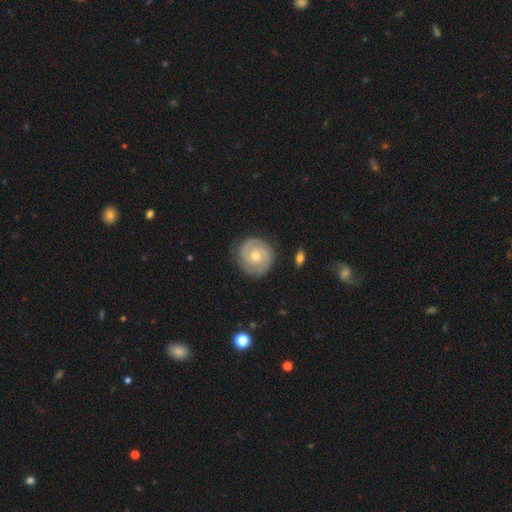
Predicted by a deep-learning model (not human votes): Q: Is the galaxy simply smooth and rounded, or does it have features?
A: featured or disk — 86%.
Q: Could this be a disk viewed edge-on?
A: no — 98%.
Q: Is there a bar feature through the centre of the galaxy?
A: no — 65%.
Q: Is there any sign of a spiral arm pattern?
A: yes — 97%.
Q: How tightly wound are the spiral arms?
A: tight — 70%.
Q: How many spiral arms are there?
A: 2 — 88%.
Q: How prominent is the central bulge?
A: moderate — 53%.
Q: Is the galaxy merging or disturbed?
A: none — 87%.